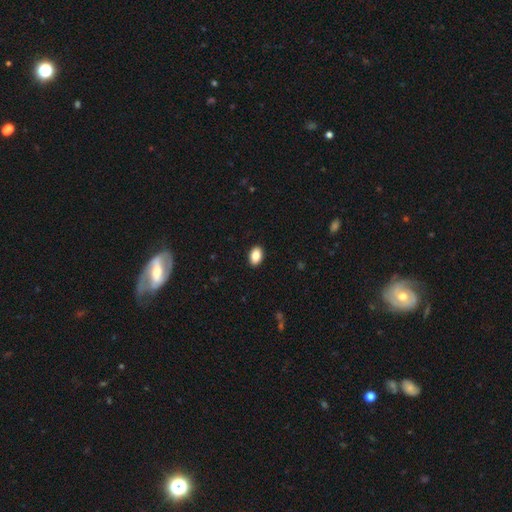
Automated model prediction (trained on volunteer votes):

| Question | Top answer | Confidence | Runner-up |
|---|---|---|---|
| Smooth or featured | smooth | 86% | star or artifact (8%) |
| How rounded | in between | 89% | round (10%) |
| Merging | none | 91% | minor disturbance (7%) |